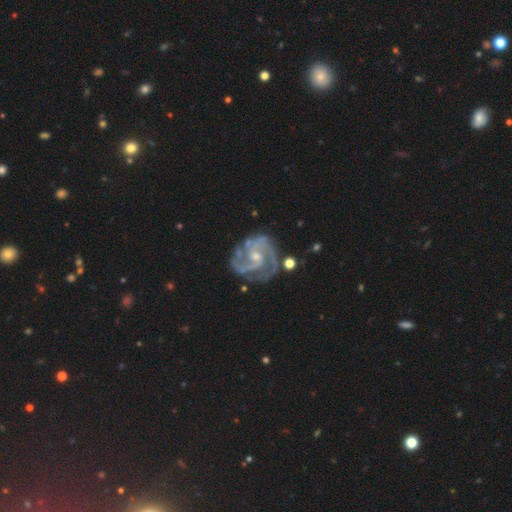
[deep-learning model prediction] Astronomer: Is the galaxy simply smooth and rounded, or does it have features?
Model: featured or disk — 92%.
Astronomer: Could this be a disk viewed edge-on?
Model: no — 98%.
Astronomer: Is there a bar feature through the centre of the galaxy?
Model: no — 49% (runner-up: weak, 41%).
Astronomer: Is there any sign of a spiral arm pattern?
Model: yes — 98%.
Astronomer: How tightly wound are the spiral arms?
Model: medium — 47% (runner-up: tight, 45%).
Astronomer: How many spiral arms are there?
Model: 2 — 52% (runner-up: 3, 27%).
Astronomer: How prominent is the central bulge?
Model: small — 58% (runner-up: moderate, 36%).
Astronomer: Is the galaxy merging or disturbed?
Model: none — 69%.